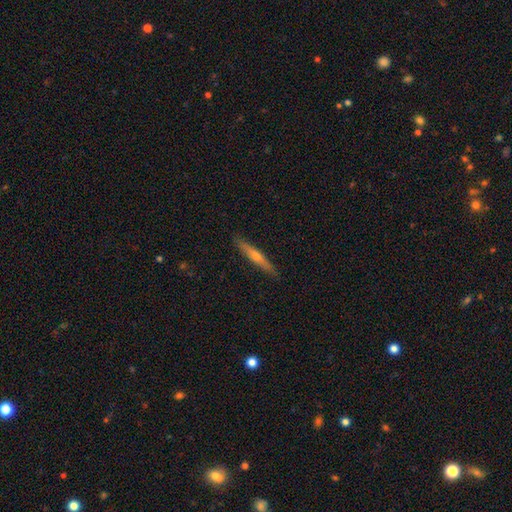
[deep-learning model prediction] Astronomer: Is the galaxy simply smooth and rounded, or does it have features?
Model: featured or disk — 55% (runner-up: smooth, 39%).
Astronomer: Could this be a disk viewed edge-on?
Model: yes — 96%.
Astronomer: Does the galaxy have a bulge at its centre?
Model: rounded — 74%.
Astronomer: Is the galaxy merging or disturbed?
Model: none — 91%.